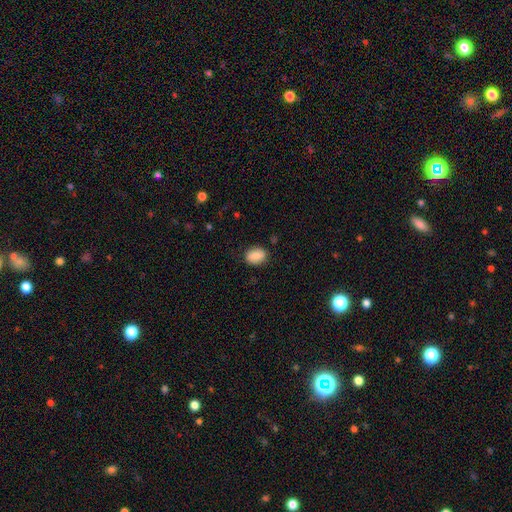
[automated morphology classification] smooth 84%, featured or disk 9%, star or artifact 8%. Down the decision tree: how rounded — in between (69%); merging — none (85%).